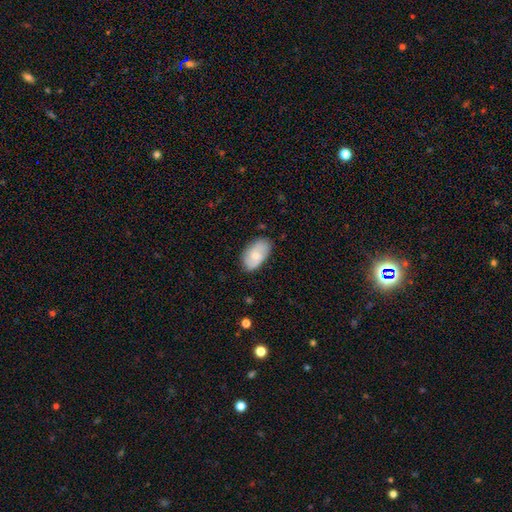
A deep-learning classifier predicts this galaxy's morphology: Overall: smooth (58%; featured or disk 36%). How rounded: in between (93%). Merging: none (76%).